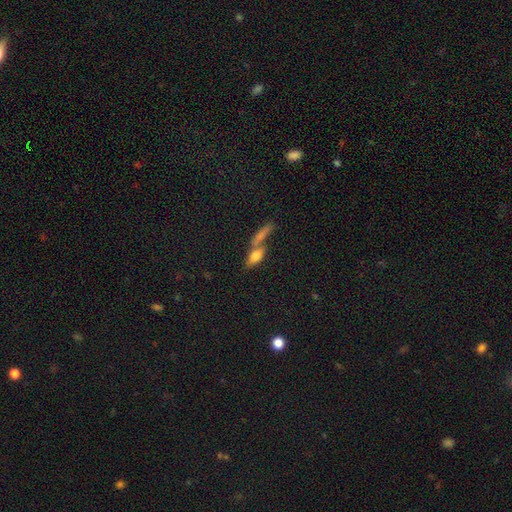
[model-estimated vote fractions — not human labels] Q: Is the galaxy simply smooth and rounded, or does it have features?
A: smooth — 67%.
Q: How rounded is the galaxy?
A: in between — 60%.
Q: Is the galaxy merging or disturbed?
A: merger — 42%, tied with none.